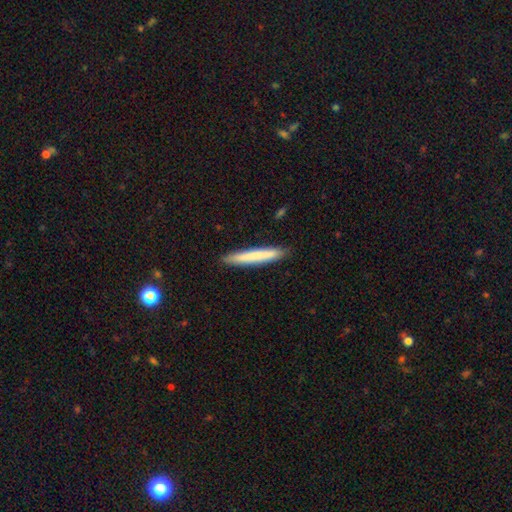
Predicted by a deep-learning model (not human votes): A smooth galaxy with no disk features (74%) that is cigar-shaped (96%).

Vote fractions:
- Smooth or featured? smooth: 74% / featured or disk: 20% / star or artifact: 6%
- How rounded? cigar-shaped: 96% / in between: 3% / round: 1%
- Merging? none: 90% / minor disturbance: 7% / major disturbance: 1% / merger: 1%